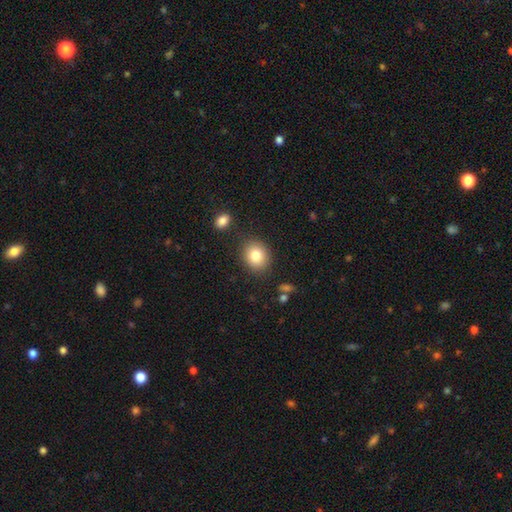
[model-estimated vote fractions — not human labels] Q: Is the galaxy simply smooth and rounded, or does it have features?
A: smooth — 82%.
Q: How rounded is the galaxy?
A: round — 64%.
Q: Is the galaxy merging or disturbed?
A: none — 85%.